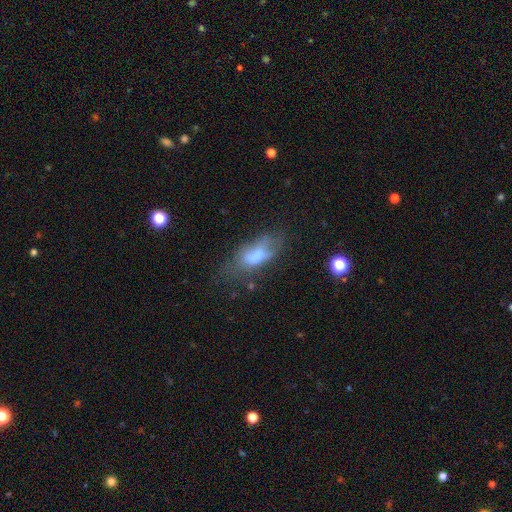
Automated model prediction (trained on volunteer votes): A smooth galaxy with no disk features (59%) that is in between round and cigar-shaped (78%). Merging: none (37%).